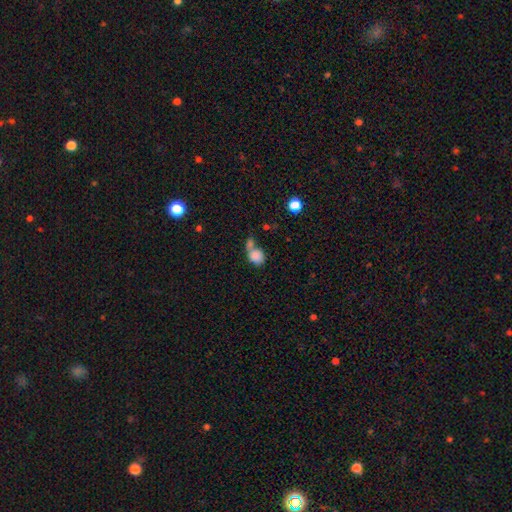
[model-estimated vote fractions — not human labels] This appears to be a smooth galaxy with no disk features (83%) that is round (57%). Merging: merger (53%).